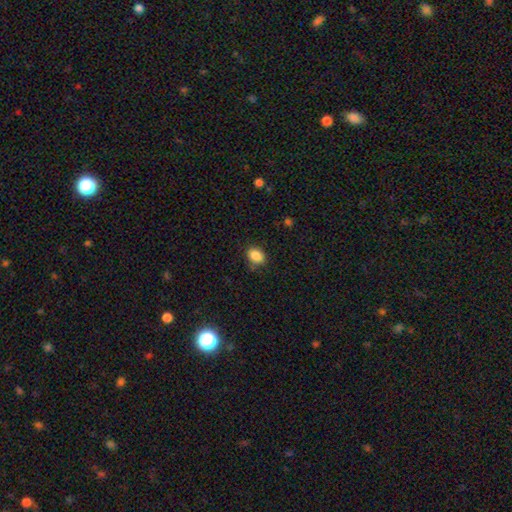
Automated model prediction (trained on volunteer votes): The model was most divided on "how rounded": in between: 68%, round: 31%, cigar-shaped: 1%. More confident: smooth or featured — smooth (87%); merging — none (83%).